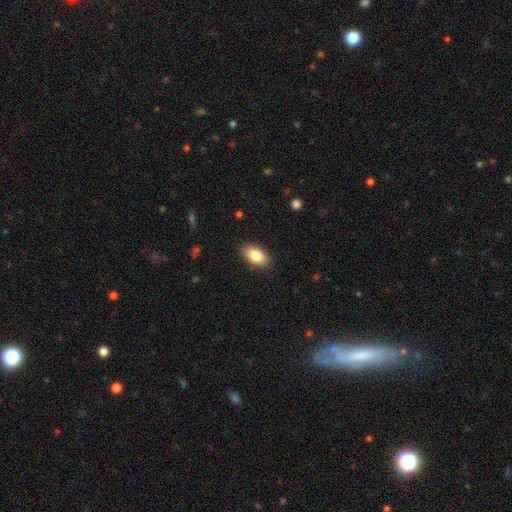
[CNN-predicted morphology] This is clearly a smooth galaxy (86%). How rounded: clearly in between (93%). Merging: clearly none (87%).